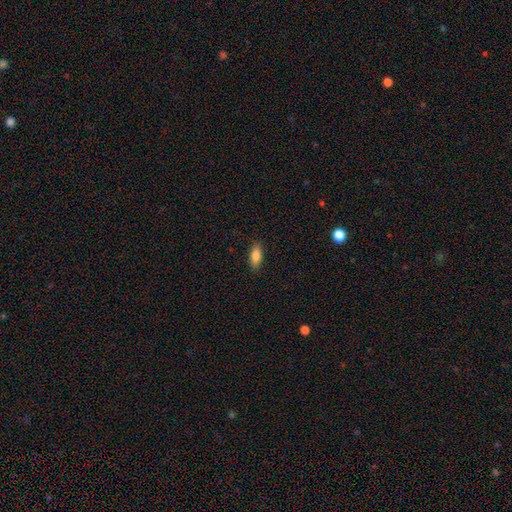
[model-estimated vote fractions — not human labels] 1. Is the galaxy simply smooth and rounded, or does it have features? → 84% smooth, 9% featured or disk, 7% star or artifact.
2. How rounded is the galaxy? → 79% in between, 18% cigar-shaped, 2% round.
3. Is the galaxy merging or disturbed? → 88% none, 9% minor disturbance, 2% major disturbance, 1% merger.